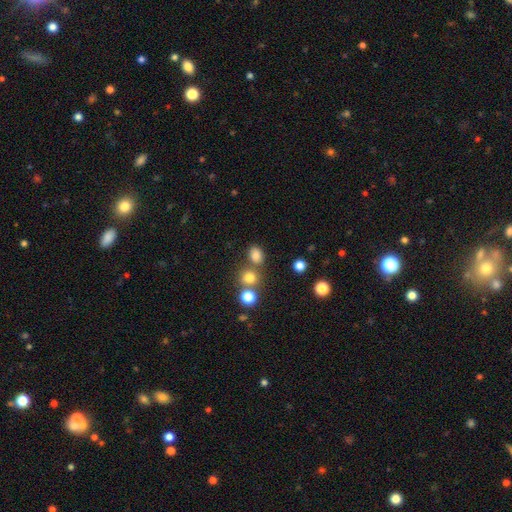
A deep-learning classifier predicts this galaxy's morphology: smooth 78%, star or artifact 16%, featured or disk 6%. Down the decision tree: how rounded — round (53%); merging — none (65%).